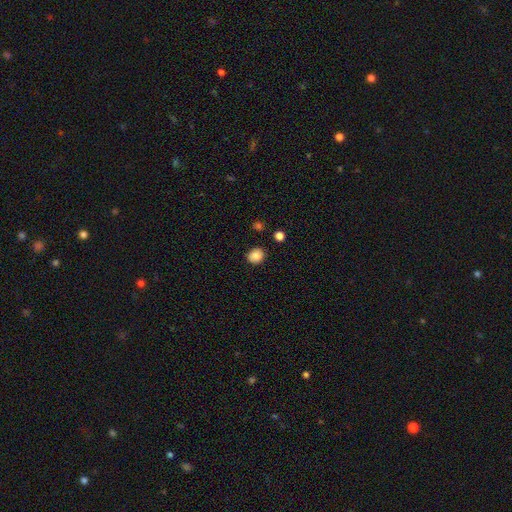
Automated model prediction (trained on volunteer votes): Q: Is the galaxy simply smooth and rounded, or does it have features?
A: smooth — 86%.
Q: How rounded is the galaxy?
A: round — 69%.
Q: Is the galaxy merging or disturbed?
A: none — 85%.